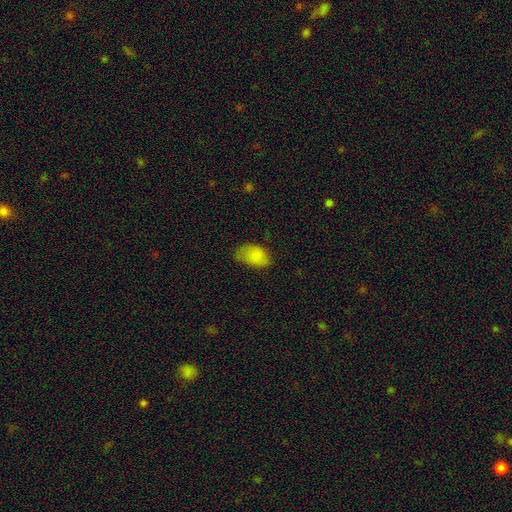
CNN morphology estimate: Smooth or featured?
  - smooth: 83% *
  - featured or disk: 9%
  - star or artifact: 8%
How rounded?
  - in between: 91% *
  - round: 8%
  - cigar-shaped: 1%
Merging?
  - none: 58% *
  - minor disturbance: 32%
  - major disturbance: 9%
  - merger: 2%